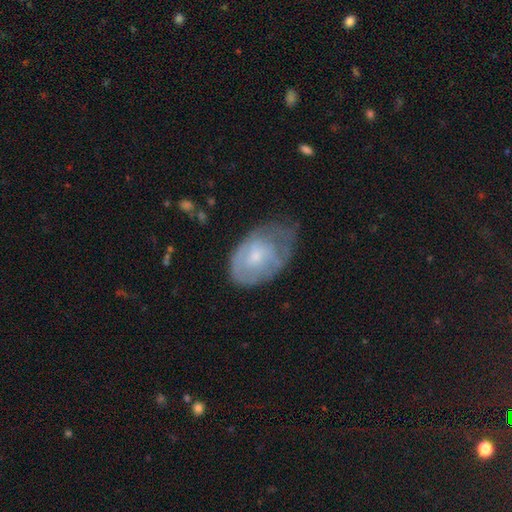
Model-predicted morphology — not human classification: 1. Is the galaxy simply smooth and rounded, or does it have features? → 47% featured or disk, 46% smooth, 7% star or artifact.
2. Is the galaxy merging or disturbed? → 40% minor disturbance, 37% none, 21% major disturbance, 2% merger.